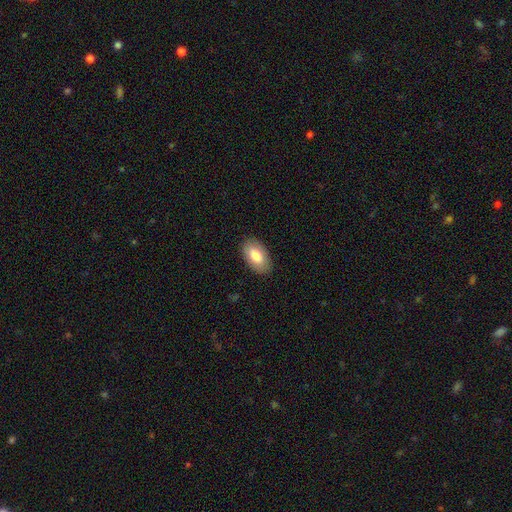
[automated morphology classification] smooth 81%, featured or disk 14%, star or artifact 6%. Down the decision tree: how rounded — in between (95%); merging — none (87%).